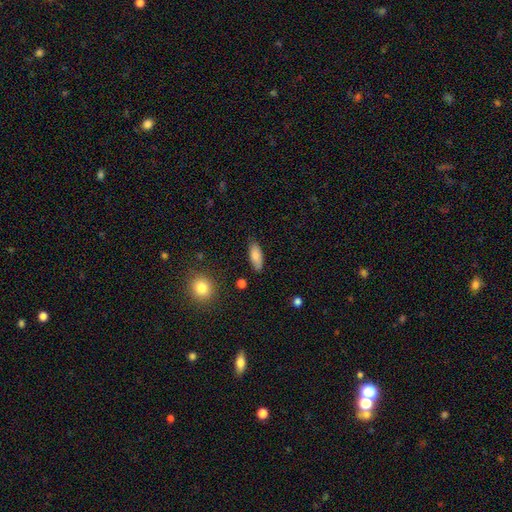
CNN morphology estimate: smooth 82%, featured or disk 11%, star or artifact 7%. Down the decision tree: how rounded — in between (78%); merging — none (82%).